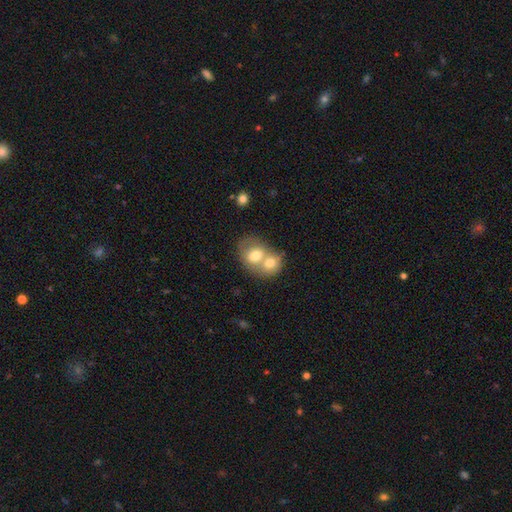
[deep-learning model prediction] Q: Smooth or featured?
A: smooth (68%); runner-up: featured or disk (24%)
Q: How rounded?
A: round (55%); runner-up: in between (44%)
Q: Merging?
A: merger (71%); runner-up: none (20%)